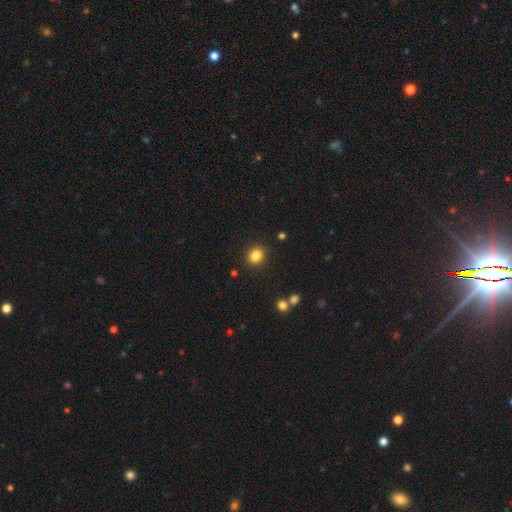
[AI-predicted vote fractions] Overall: smooth (84%). How rounded: round (74%). Merging: none (89%).